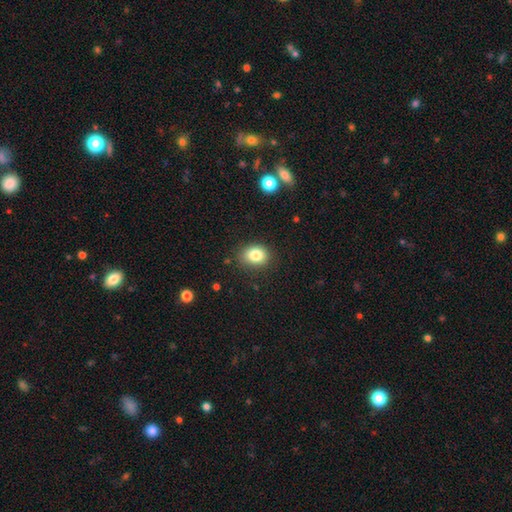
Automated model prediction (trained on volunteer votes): This is clearly a smooth galaxy (83%). How rounded: possibly in between (56%). Merging: clearly none (84%).